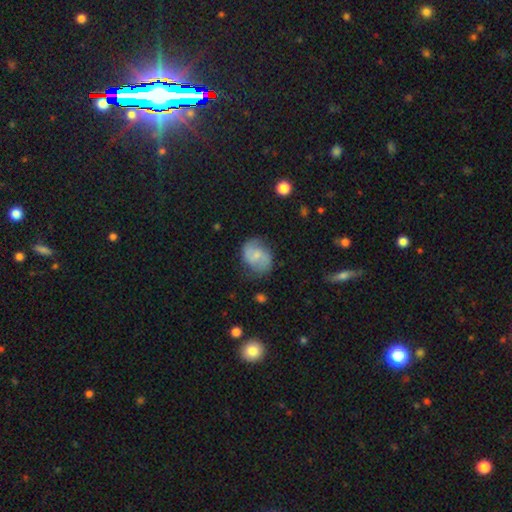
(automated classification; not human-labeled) Morphology: type=featured or disk (57%); edge-on=no (97%); bar=no (50%); spiral arms=yes (86%); bulge=small (56%); merging=none (68%).